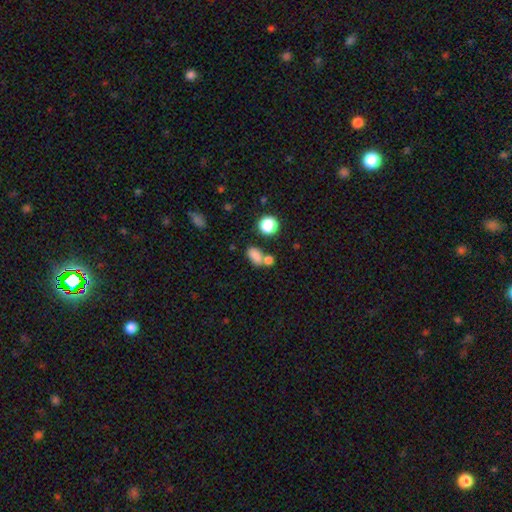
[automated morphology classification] A smooth galaxy with no disk features (80%) that is in between round and cigar-shaped (79%). Merging: none (48%).